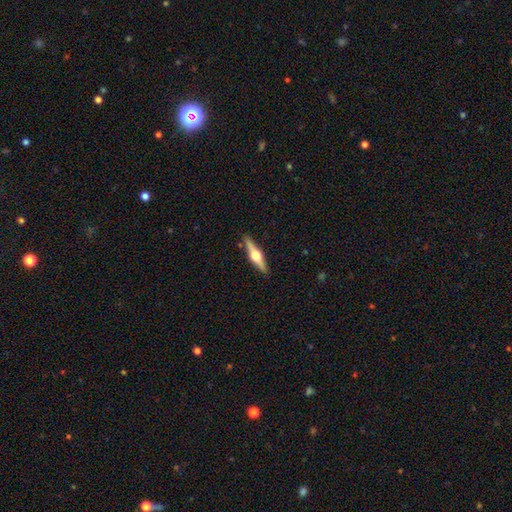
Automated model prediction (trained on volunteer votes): Smooth or featured?
  - featured or disk: 73% *
  - smooth: 21%
  - star or artifact: 5%
Edge-on disk?
  - yes: 98% *
  - no: 2%
Edge-on bulge?
  - rounded: 96% *
  - boxy: 3%
  - none: 1%
Merging?
  - none: 91% *
  - minor disturbance: 7%
  - major disturbance: 1%
  - merger: 1%